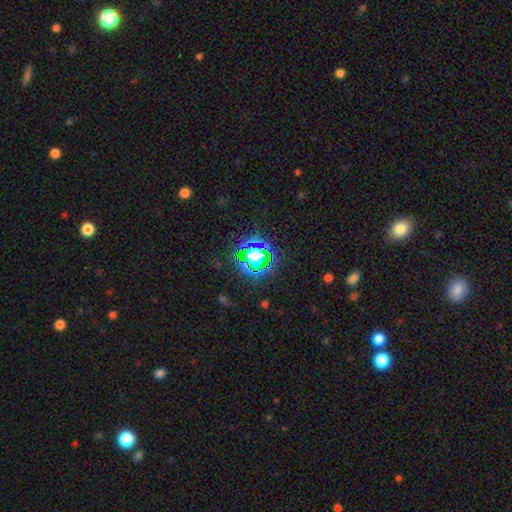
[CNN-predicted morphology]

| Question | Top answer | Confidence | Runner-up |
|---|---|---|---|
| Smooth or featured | star or artifact | 58% | smooth (29%) |